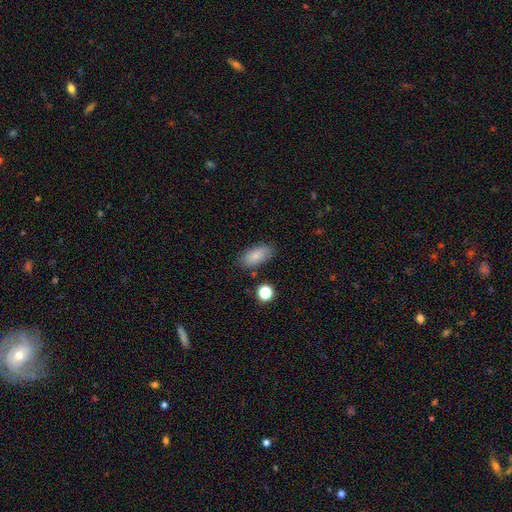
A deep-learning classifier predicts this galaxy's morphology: Smooth or featured? Predicted: smooth (p=0.83). How rounded? Predicted: in between (p=0.90). Merging? Predicted: none (p=0.78).